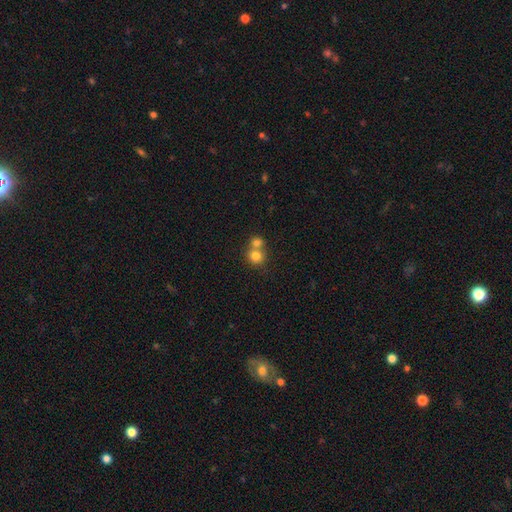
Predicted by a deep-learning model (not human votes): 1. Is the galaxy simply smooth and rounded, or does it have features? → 78% smooth, 12% star or artifact, 10% featured or disk.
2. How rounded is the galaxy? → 87% round, 12% in between, 1% cigar-shaped.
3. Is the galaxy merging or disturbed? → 53% merger, 40% none, 5% minor disturbance, 2% major disturbance.